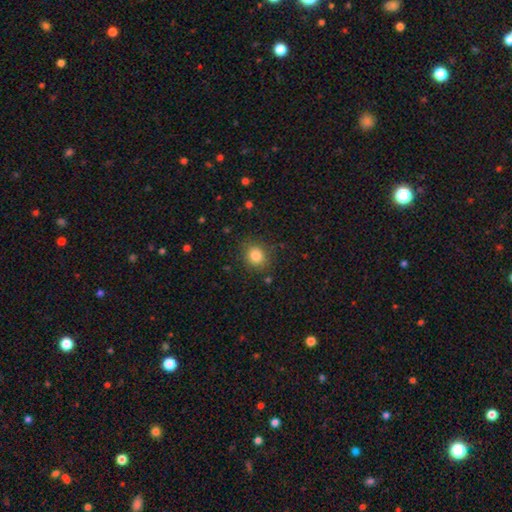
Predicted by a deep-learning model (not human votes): A smooth galaxy with no disk features (84%) that is round (74%). Merging: none (84%).